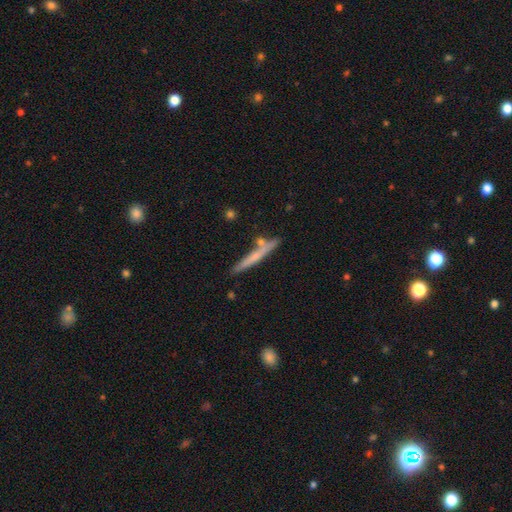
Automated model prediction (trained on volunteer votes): A smooth galaxy with no disk features (51%) that is cigar-shaped (95%).

Vote fractions:
- Smooth or featured? smooth: 51% / featured or disk: 42% / star or artifact: 6%
- How rounded? cigar-shaped: 95% / in between: 3% / round: 1%
- Merging? none: 77% / minor disturbance: 13% / merger: 7% / major disturbance: 3%